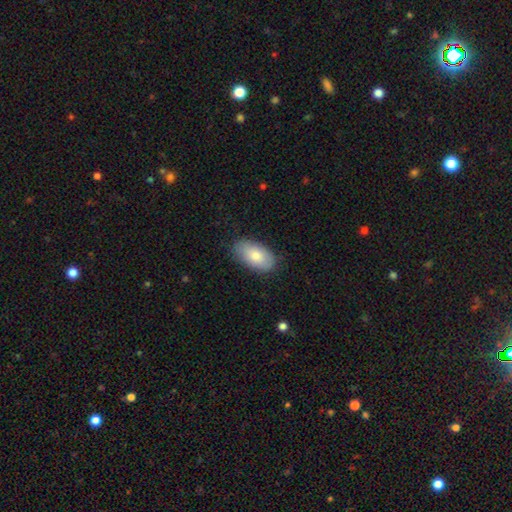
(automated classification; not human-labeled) Smooth or featured? Predicted: smooth (p=0.78). How rounded? Predicted: in between (p=0.95). Merging? Predicted: none (p=0.83).